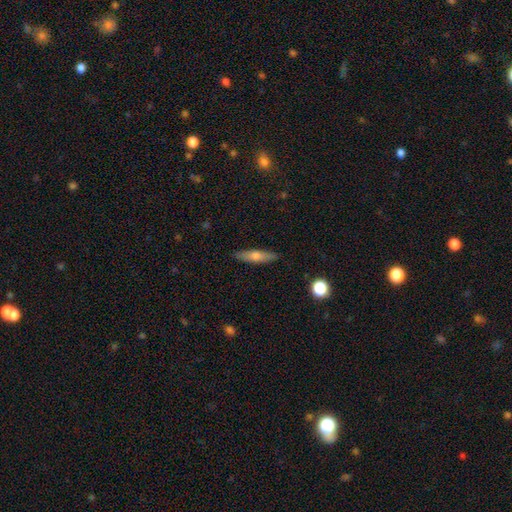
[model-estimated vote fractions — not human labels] smooth 51%, featured or disk 41%, star or artifact 8%. Down the decision tree: how rounded — cigar-shaped (81%); merging — none (89%).